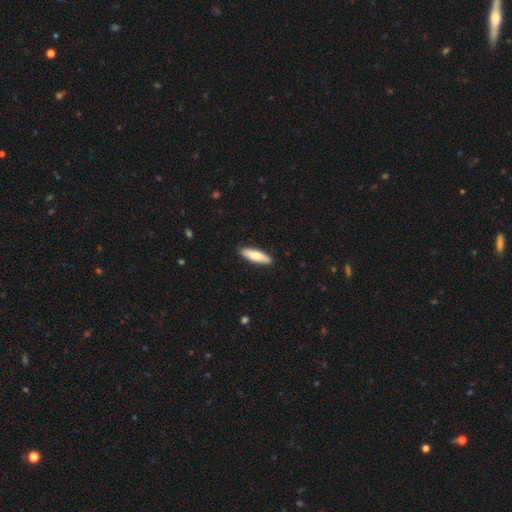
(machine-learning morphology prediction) smooth-or-featured: smooth: 74% | featured or disk: 21% | star or artifact: 5%
  how-rounded: cigar-shaped: 55% | in between: 43% | round: 2%
  merging: none: 90% | minor disturbance: 7% | major disturbance: 1% | merger: 1%